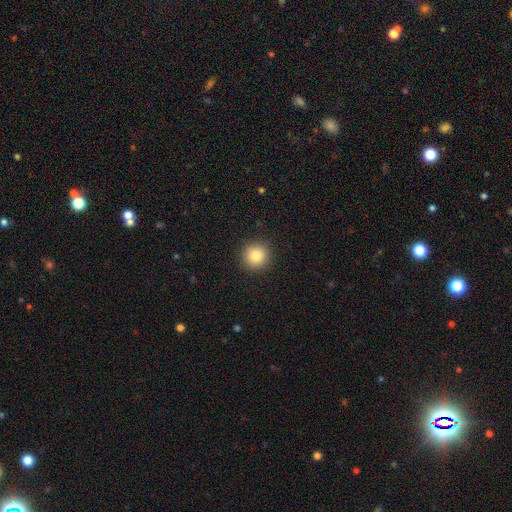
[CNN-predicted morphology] This is clearly a smooth galaxy (83%). How rounded: clearly round (94%). Merging: clearly none (92%).